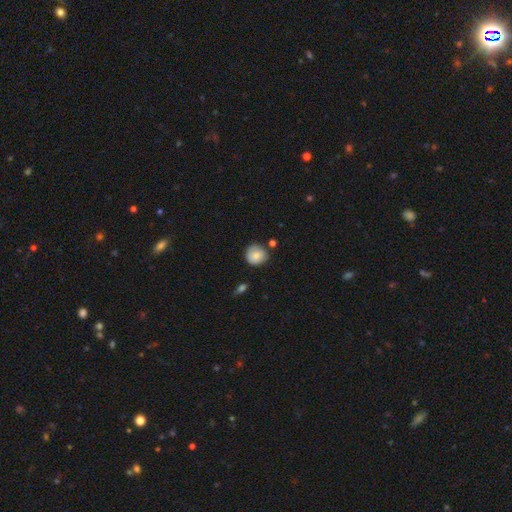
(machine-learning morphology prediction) A smooth galaxy with no disk features (81%) that is round (91%). Merging: none (77%).